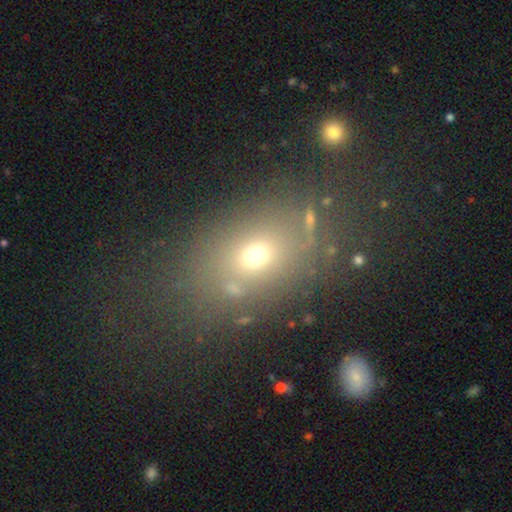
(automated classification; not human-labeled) smooth-or-featured: smooth: 62% | star or artifact: 22% | featured or disk: 16%
  how-rounded: in between: 64% | round: 34% | cigar-shaped: 3%
  merging: none: 72% | minor disturbance: 14% | major disturbance: 8% | merger: 6%